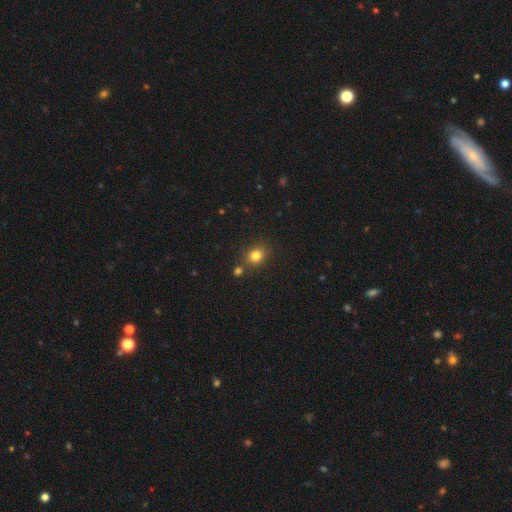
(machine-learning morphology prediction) Smooth or featured: smooth — 81% (star or artifact — 13%)
How rounded: round — 60% (in between — 39%)
Merging: none — 77% (merger — 10%)